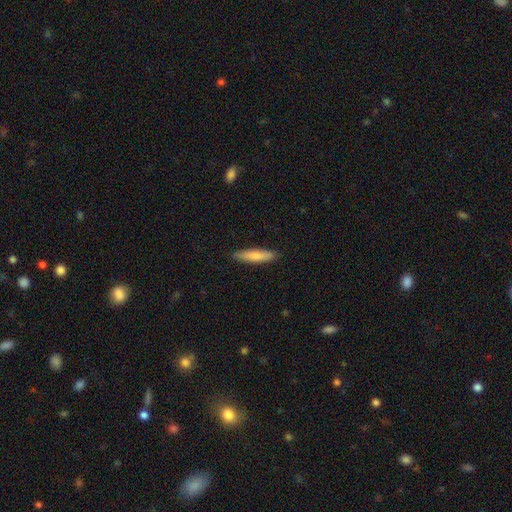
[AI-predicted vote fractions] Smooth or featured? Predicted: smooth (p=0.79). How rounded? Predicted: cigar-shaped (p=0.79). Merging? Predicted: none (p=0.88).